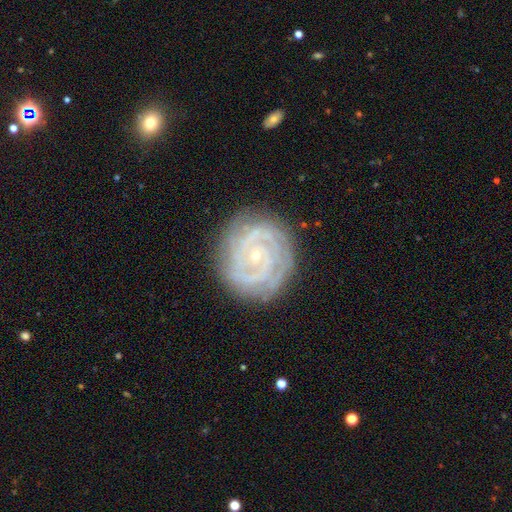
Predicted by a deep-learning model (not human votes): Overall: featured or disk (86%). Edge-on disk: no (97%). Bar: no (66%). Spiral arms: yes (98%). Spiral arm count: 2 (38%; 3 23%). Spiral winding: tight (80%). Bulge size: small (83%). Merging: none (81%).